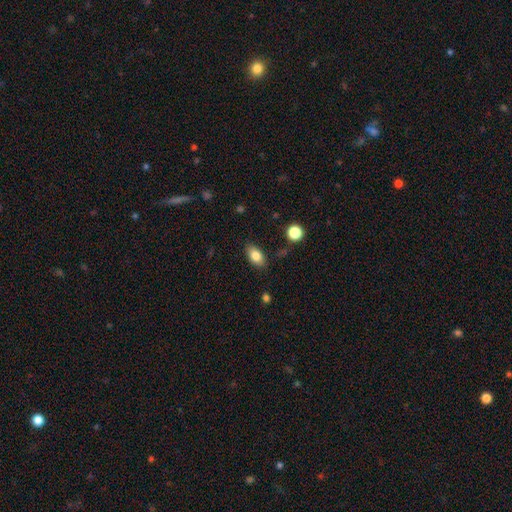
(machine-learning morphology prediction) Smooth or featured? smooth (83%)
How rounded? in between (89%)
Merging? none (84%)